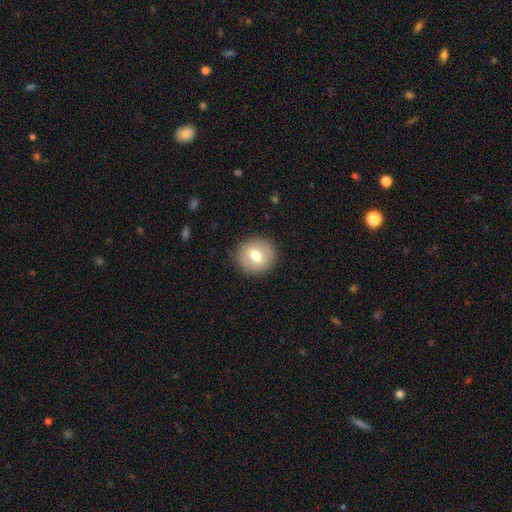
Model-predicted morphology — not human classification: Smooth or featured?
  - smooth: 64% *
  - featured or disk: 28%
  - star or artifact: 8%
How rounded?
  - round: 85% *
  - in between: 14%
  - cigar-shaped: 1%
Merging?
  - none: 89% *
  - minor disturbance: 7%
  - major disturbance: 3%
  - merger: 1%